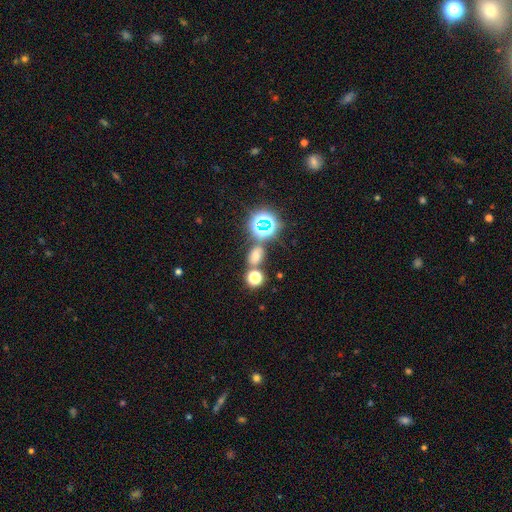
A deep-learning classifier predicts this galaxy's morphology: A smooth galaxy with no disk features (52%) that is in between round and cigar-shaped (60%). Merging: none (65%).